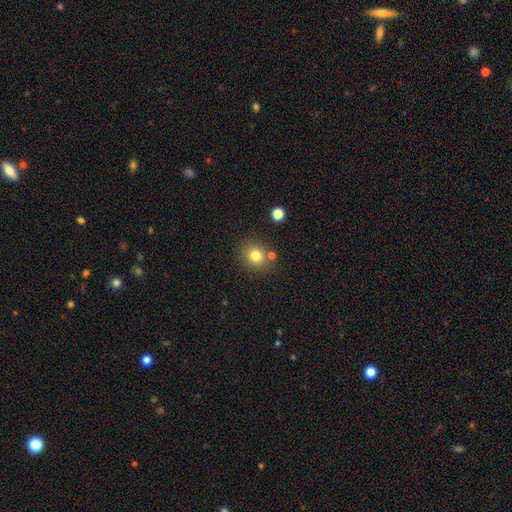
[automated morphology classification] smooth-or-featured: smooth: 79% | star or artifact: 13% | featured or disk: 8%
  how-rounded: round: 80% | in between: 20% | cigar-shaped: 1%
  merging: none: 77% | merger: 10% | minor disturbance: 10% | major disturbance: 3%